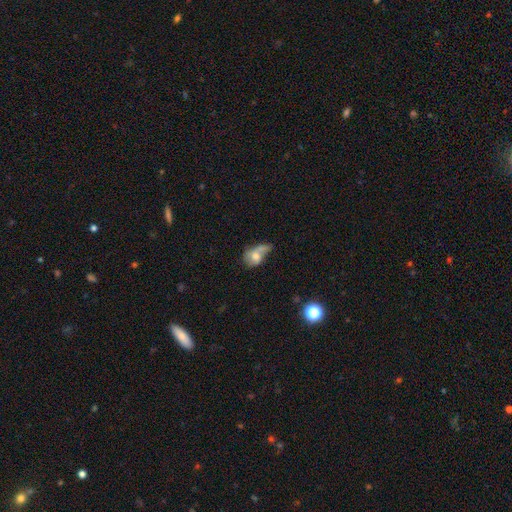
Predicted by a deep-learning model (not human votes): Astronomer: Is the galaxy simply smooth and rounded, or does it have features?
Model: smooth — 53% (runner-up: featured or disk, 36%).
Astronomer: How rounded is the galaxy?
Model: in between — 68%.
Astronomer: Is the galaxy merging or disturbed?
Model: major disturbance — 31% (runner-up: merger, 25%).